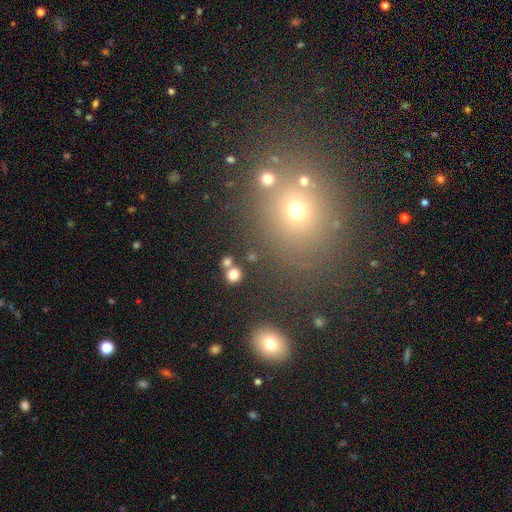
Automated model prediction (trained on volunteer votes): This is possibly a smooth galaxy (57%). How rounded: likely round (64%). Merging: likely none (78%).